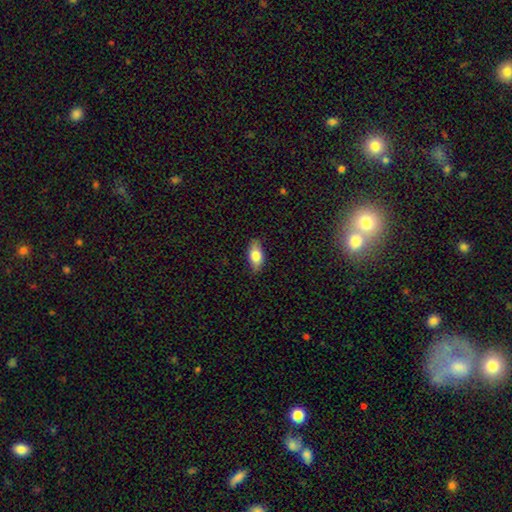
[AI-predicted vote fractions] This is likely a smooth galaxy (79%). How rounded: clearly in between (90%). Merging: clearly none (85%).